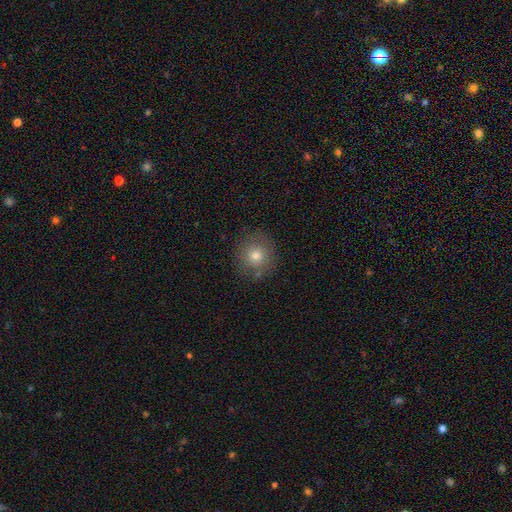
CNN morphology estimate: smooth-or-featured: smooth: 76% | star or artifact: 13% | featured or disk: 12%
  how-rounded: round: 92% | in between: 7% | cigar-shaped: 1%
  merging: none: 85% | minor disturbance: 10% | major disturbance: 3% | merger: 2%